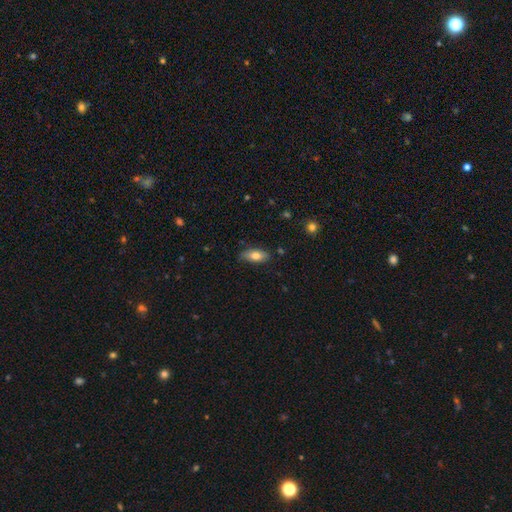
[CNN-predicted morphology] Smooth or featured? Predicted: smooth (p=0.74). How rounded? Predicted: in between (p=0.84). Merging? Predicted: none (p=0.80).